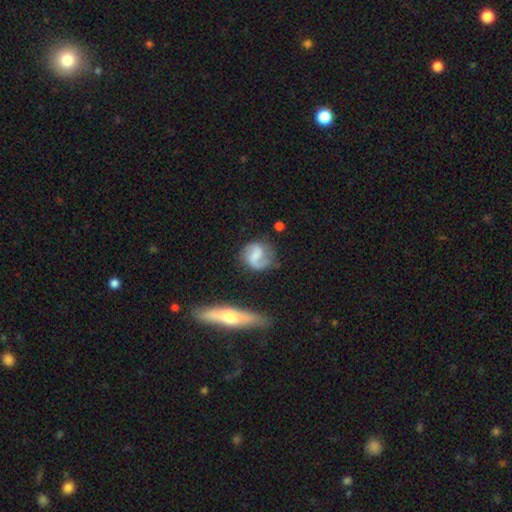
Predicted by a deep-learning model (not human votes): featured or disk 74%, smooth 20%, star or artifact 6%. Down the decision tree: edge-on disk — no (97%); bar — weak (50%); spiral arms — yes (94%); spiral arm count — 2 (87%); spiral winding — medium (48%); bulge size — small (34%); merging — none (73%).